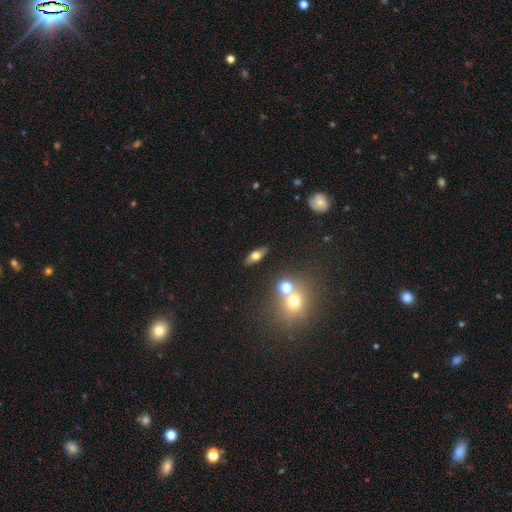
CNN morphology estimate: Smooth or featured: smooth — 51% (featured or disk — 38%)
How rounded: in between — 63% (cigar-shaped — 29%)
Merging: none — 85% (minor disturbance — 9%)